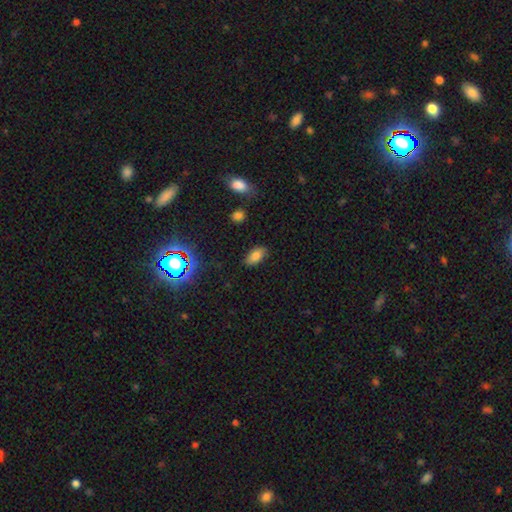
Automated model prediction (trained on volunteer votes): Smooth or featured? Predicted: smooth (p=0.79). How rounded? Predicted: in between (p=0.90). Merging? Predicted: none (p=0.82).